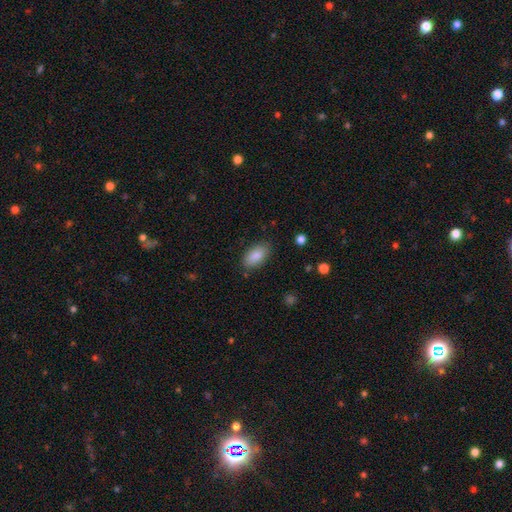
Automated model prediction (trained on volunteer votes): Morphology: type=smooth (86%); roundness=in between (92%); merging=none (84%).